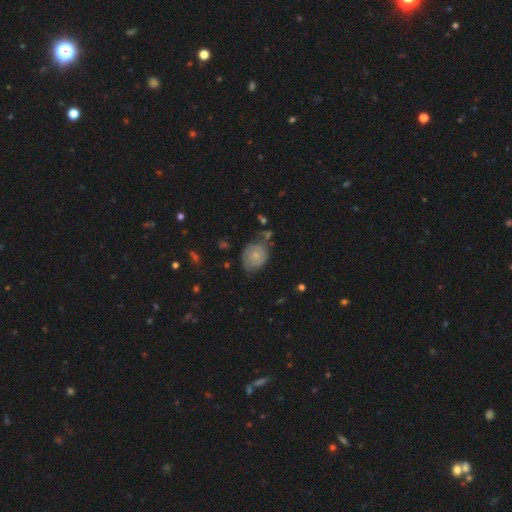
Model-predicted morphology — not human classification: Smooth or featured?
  - smooth: 56% *
  - featured or disk: 36%
  - star or artifact: 8%
How rounded?
  - round: 52% *
  - in between: 47%
  - cigar-shaped: 1%
Merging?
  - none: 53% *
  - minor disturbance: 31%
  - major disturbance: 11%
  - merger: 6%